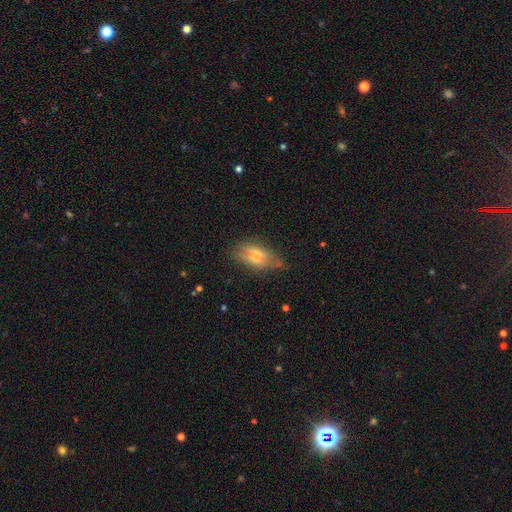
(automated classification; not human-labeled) The model was most divided on "smooth or featured": featured or disk: 45%, smooth: 44%, star or artifact: 11%. More confident: merging — none (52%).